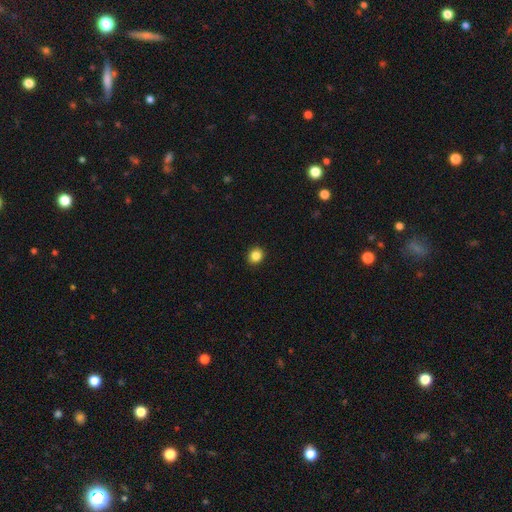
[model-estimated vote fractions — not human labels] This is clearly a smooth galaxy (85%). How rounded: likely round (78%). Merging: clearly none (91%).